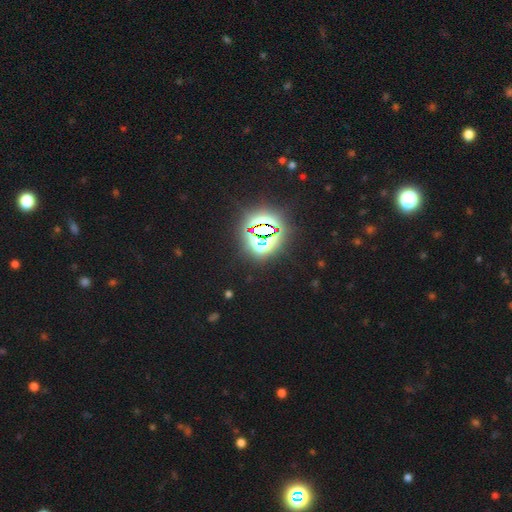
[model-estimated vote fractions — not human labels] smooth-or-featured: star or artifact: 82% | smooth: 11% | featured or disk: 6%